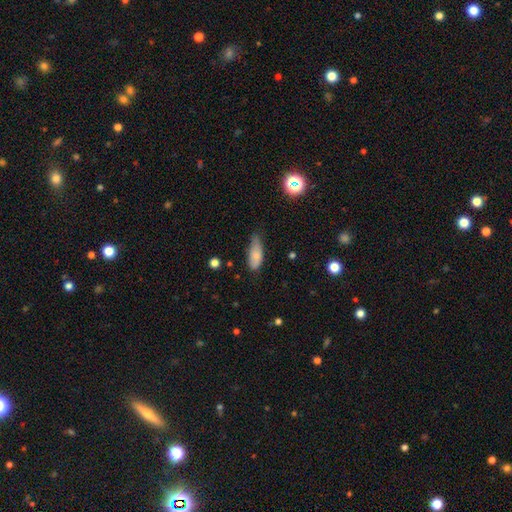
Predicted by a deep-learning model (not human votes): Smooth or featured? smooth (80%)
How rounded? in between (77%)
Merging? minor disturbance (44%, tied with none)